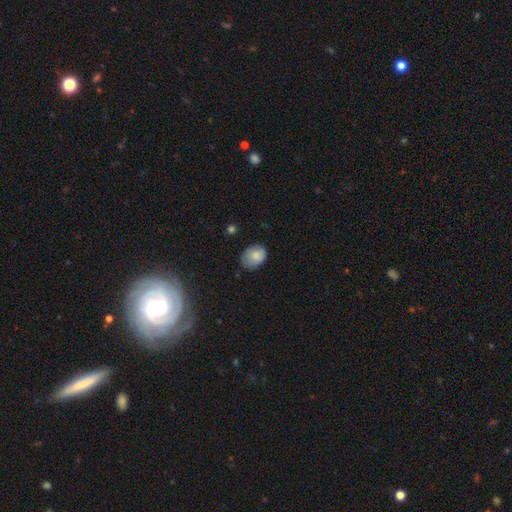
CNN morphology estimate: smooth_or_featured: smooth (p=0.83) [alt: featured or disk p=0.09]
how_rounded: in between (p=0.69) [alt: round p=0.30]
merging: none (p=0.63) [alt: minor disturbance p=0.30]